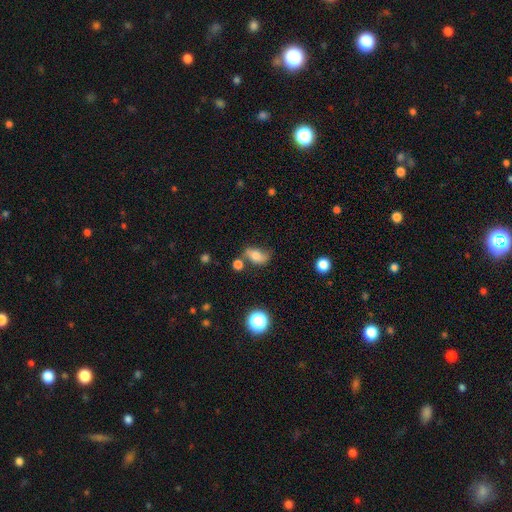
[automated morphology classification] This appears to be a smooth galaxy with no disk features (64%) that is in between round and cigar-shaped (82%). Merging: none (51%).